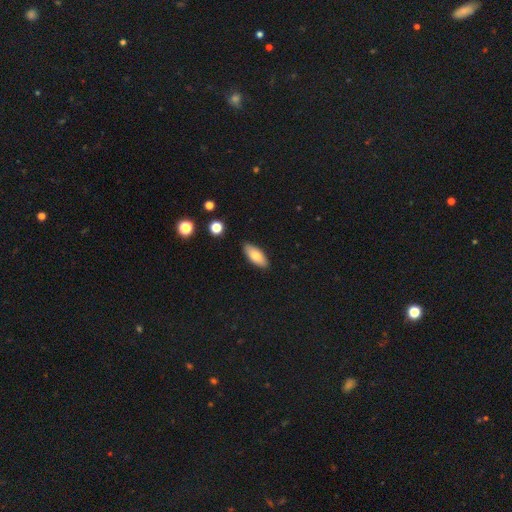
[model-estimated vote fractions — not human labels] Smooth or featured? Predicted: smooth (p=0.77). How rounded? Predicted: in between (p=0.82). Merging? Predicted: none (p=0.87).